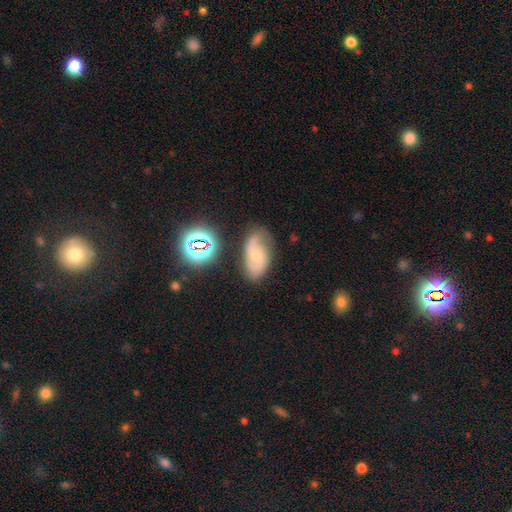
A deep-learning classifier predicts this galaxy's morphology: Smooth or featured: featured or disk — 62% (smooth — 25%)
Edge-on disk: no — 95% (yes — 5%)
Bar: no — 61% (weak — 33%)
Spiral arms: yes — 90% (no — 10%)
Spiral winding: medium — 44% (loose — 35%)
Spiral arm count: 2 — 73% (can't tell — 12%)
Bulge size: small — 54% (moderate — 37%)
Merging: none — 62% (minor disturbance — 25%)